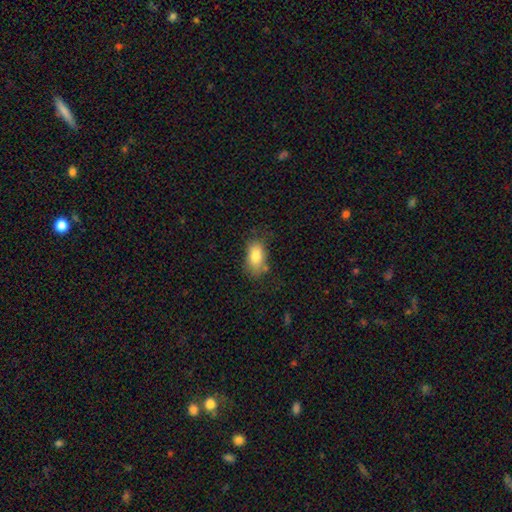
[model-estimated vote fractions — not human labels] The model was most divided on "merging": none: 66%, minor disturbance: 23%, major disturbance: 7%, merger: 4%. More confident: how rounded — in between (89%); smooth or featured — smooth (81%).